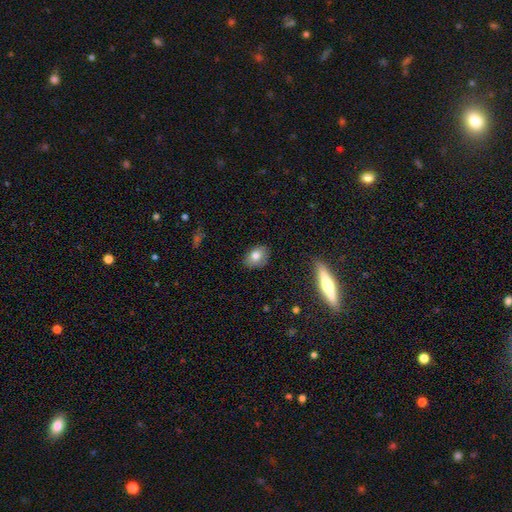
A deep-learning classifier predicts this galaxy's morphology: This is likely a smooth galaxy (79%). How rounded: likely in between (75%). Merging: clearly none (82%).